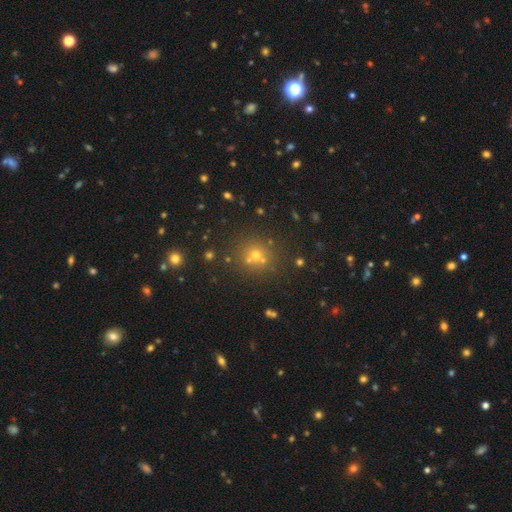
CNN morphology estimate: smooth_or_featured: smooth (p=0.55) [alt: star or artifact p=0.32]
how_rounded: round (p=0.87) [alt: in between p=0.12]
merging: none (p=0.63) [alt: merger p=0.26]